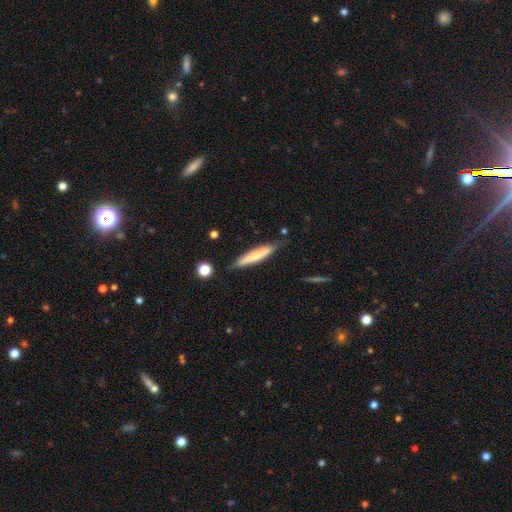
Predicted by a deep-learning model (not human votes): This appears to be a smooth galaxy with no disk features (63%) that is cigar-shaped (89%). Merging: none (77%).